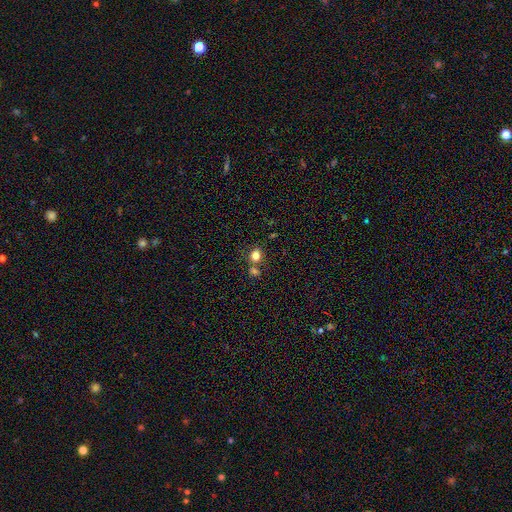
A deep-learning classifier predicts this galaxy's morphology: This is clearly a smooth galaxy (81%). How rounded: possibly round (59%). Merging: likely none (61%).